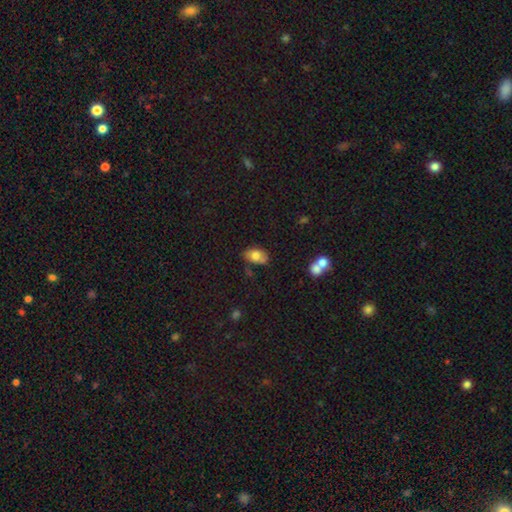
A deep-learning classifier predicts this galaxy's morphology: Smooth or featured? Predicted: smooth (p=0.76). How rounded? Predicted: in between (p=0.87). Merging? Predicted: none (p=0.62).